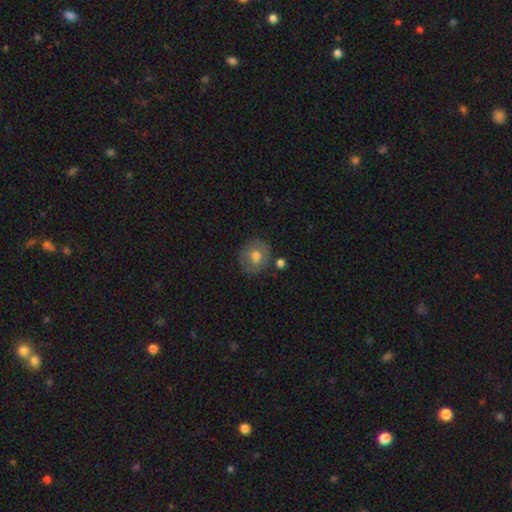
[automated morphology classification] type=smooth (66%); roundness=round (80%); merging=none (76%).